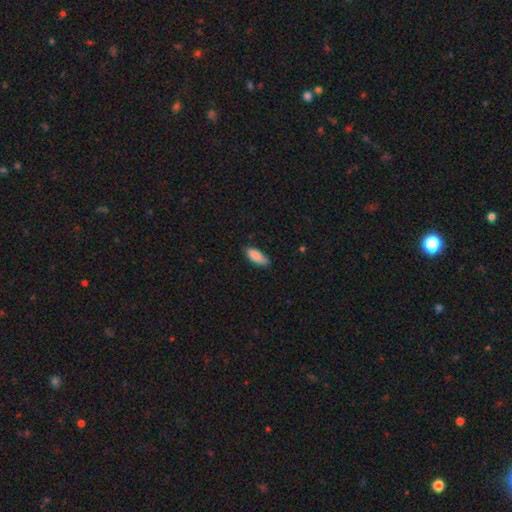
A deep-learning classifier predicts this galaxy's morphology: smooth_or_featured: smooth (p=0.87) [alt: star or artifact p=0.06]
how_rounded: in between (p=0.77) [alt: cigar-shaped p=0.22]
merging: none (p=0.73) [alt: minor disturbance p=0.23]